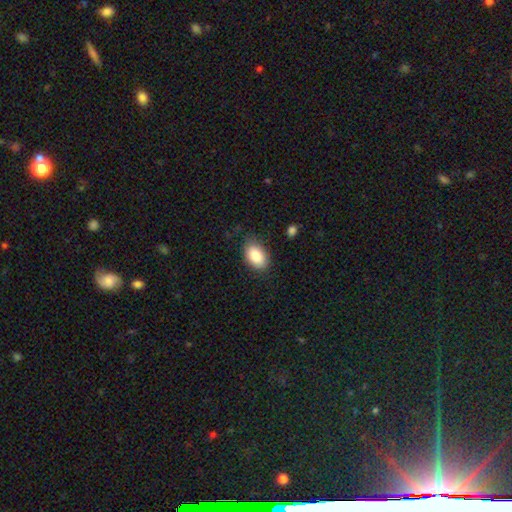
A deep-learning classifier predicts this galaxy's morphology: This appears to be a smooth galaxy with no disk features (86%) that is in between round and cigar-shaped (90%). Merging: none (79%).